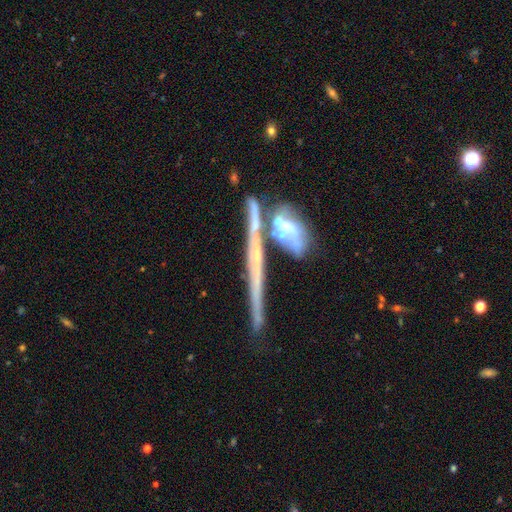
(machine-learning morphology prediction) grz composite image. It shows a featured or disk galaxy (64%) viewed edge-on (90%) with no central bulge (54%). Merging: none (60%).